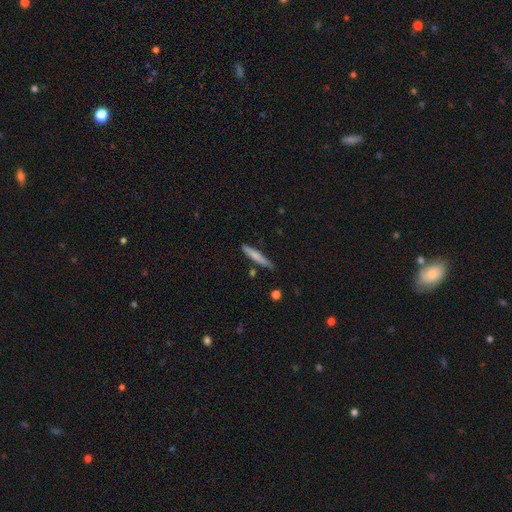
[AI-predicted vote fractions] smooth_or_featured: smooth (p=0.69) [alt: featured or disk p=0.25]
how_rounded: cigar-shaped (p=0.93) [alt: in between p=0.05]
merging: none (p=0.80) [alt: minor disturbance p=0.14]